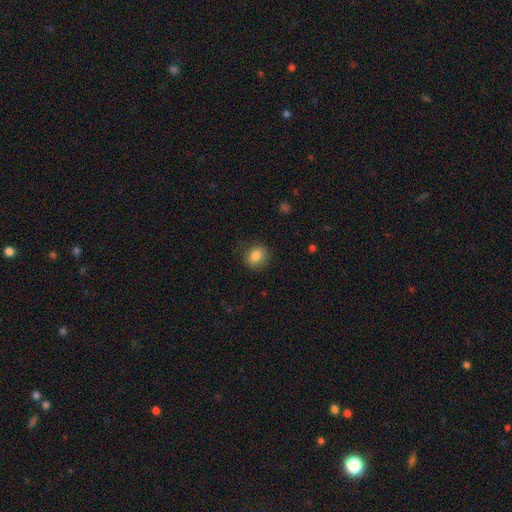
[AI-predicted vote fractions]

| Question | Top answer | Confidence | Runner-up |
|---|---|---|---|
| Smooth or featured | smooth | 83% | star or artifact (10%) |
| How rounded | round | 58% | in between (41%) |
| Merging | none | 84% | minor disturbance (12%) |